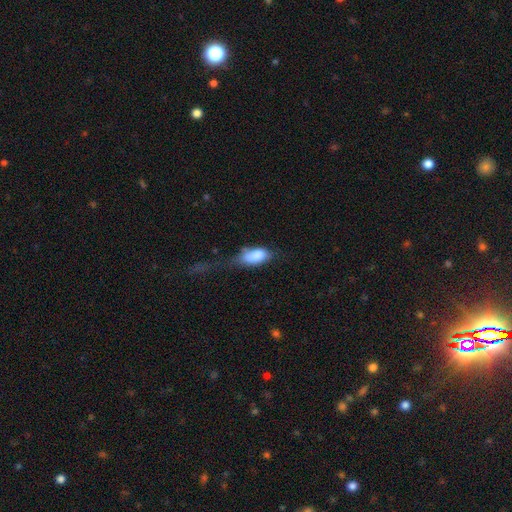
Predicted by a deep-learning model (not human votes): A smooth galaxy with no disk features (82%) that is in between round and cigar-shaped (89%).

Vote fractions:
- Smooth or featured? smooth: 82% / featured or disk: 11% / star or artifact: 7%
- How rounded? in between: 89% / cigar-shaped: 7% / round: 3%
- Merging? major disturbance: 35% / minor disturbance: 31% / none: 25% / merger: 9%